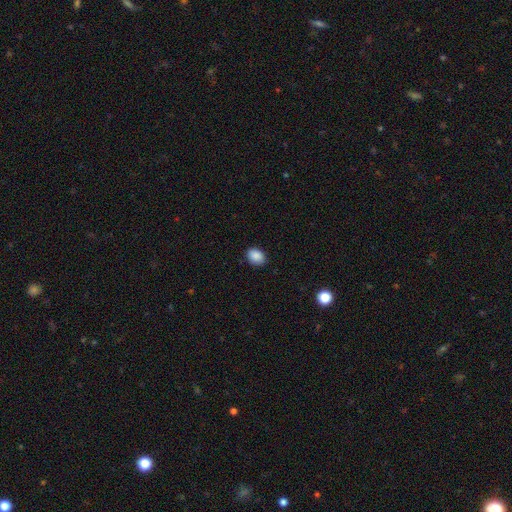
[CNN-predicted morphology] Smooth or featured? smooth (89%)
How rounded? in between (71%)
Merging? none (87%)